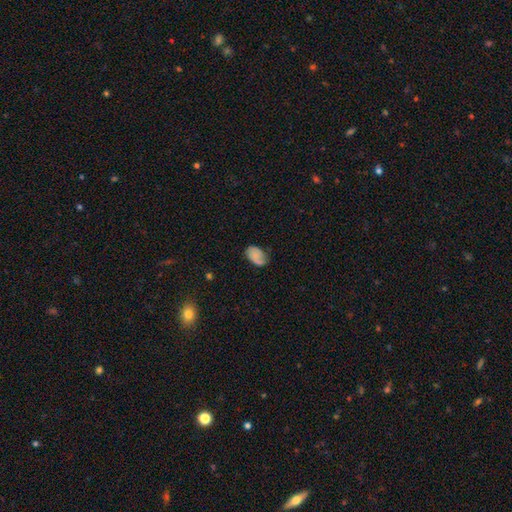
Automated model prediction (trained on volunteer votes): Morphology: type=smooth (66%); roundness=in between (87%); merging=none (57%).